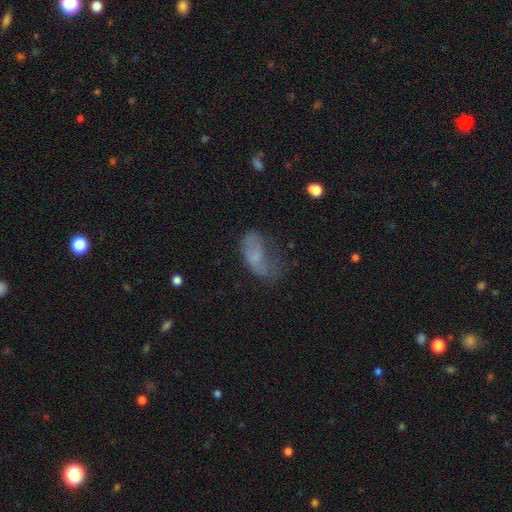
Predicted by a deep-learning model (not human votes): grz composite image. It shows a smooth galaxy with no disk features (60%) that is in between round and cigar-shaped (90%). Merging: major disturbance (42%).